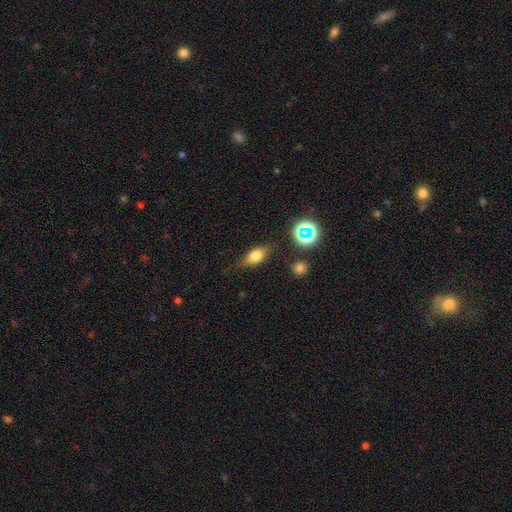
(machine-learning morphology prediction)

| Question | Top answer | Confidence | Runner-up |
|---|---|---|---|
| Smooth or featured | smooth | 65% | featured or disk (23%) |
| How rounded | in between | 73% | round (14%) |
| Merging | none | 71% | minor disturbance (20%) |